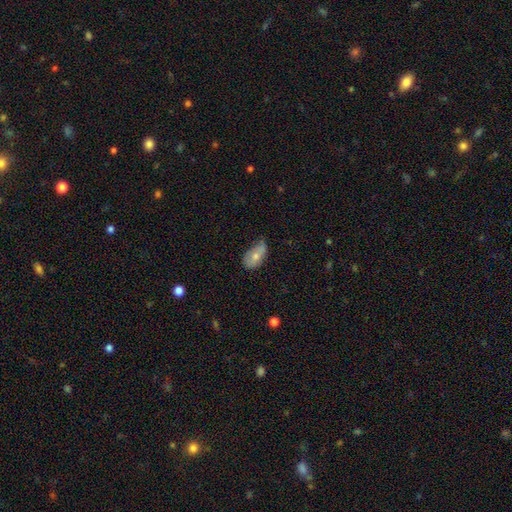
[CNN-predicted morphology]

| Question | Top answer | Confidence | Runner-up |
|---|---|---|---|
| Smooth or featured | smooth | 68% | featured or disk (25%) |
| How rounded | in between | 92% | round (5%) |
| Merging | none | 45% | minor disturbance (43%) |